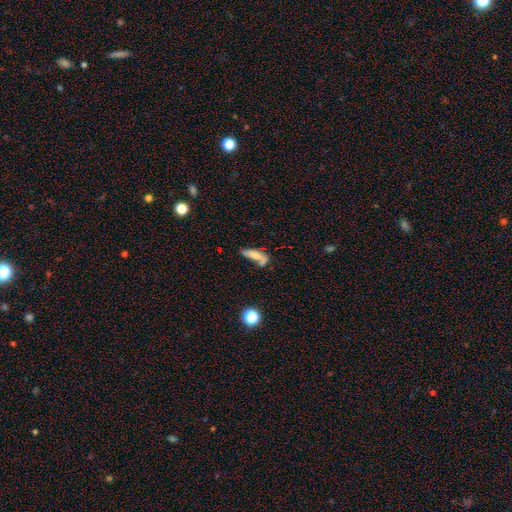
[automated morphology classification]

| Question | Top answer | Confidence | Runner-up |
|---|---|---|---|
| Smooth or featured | smooth | 69% | featured or disk (20%) |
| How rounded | cigar-shaped | 49% | in between (47%) |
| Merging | none | 37% | merger (32%) |